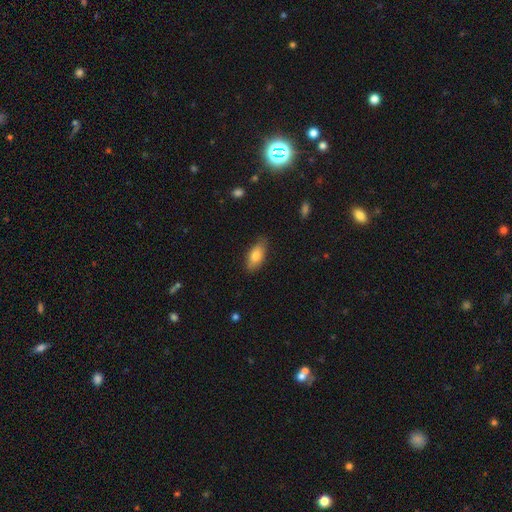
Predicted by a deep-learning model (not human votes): A smooth galaxy with no disk features (77%) that is in between round and cigar-shaped (84%).

Vote fractions:
- Smooth or featured? smooth: 77% / featured or disk: 16% / star or artifact: 7%
- How rounded? in between: 84% / cigar-shaped: 13% / round: 3%
- Merging? none: 81% / minor disturbance: 15% / major disturbance: 3% / merger: 1%